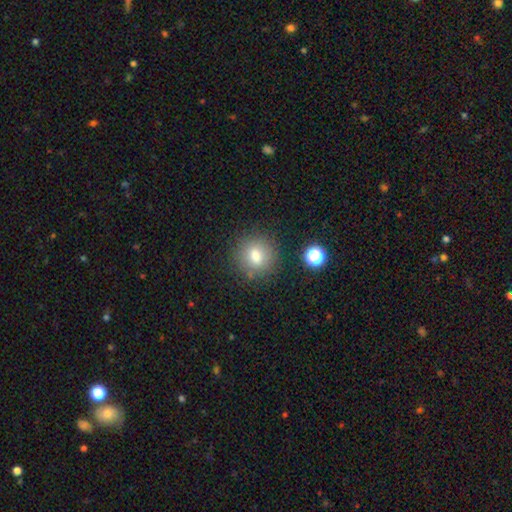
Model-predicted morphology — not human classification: Overall: smooth (77%). How rounded: round (88%). Merging: none (86%).